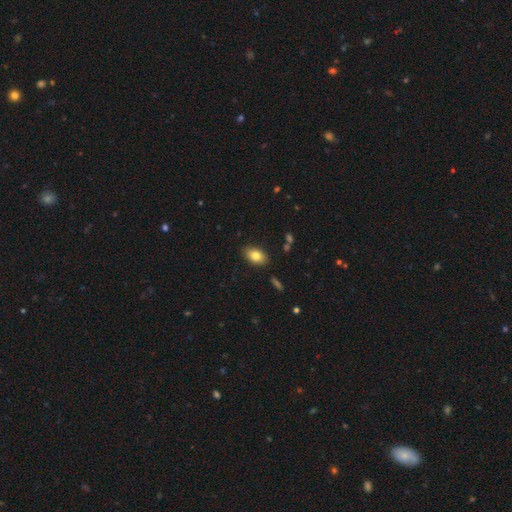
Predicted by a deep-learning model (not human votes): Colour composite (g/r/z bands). It shows a smooth galaxy with no disk features (81%) that is in between round and cigar-shaped (89%). Merging: none (87%).